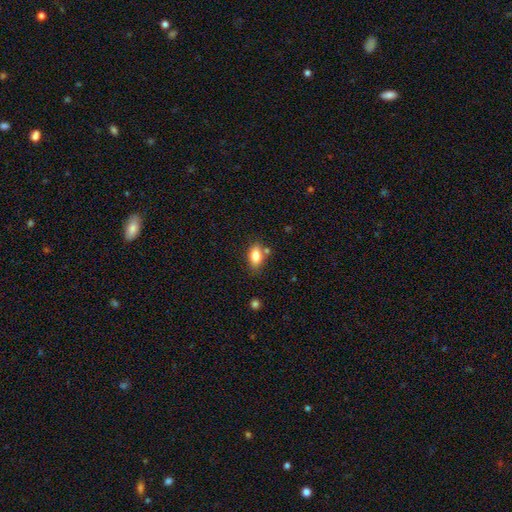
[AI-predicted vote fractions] A smooth galaxy with no disk features (82%) that is in between round and cigar-shaped (87%). Merging: none (72%).